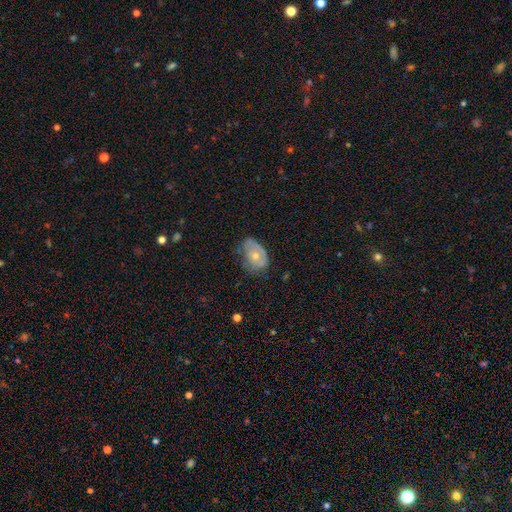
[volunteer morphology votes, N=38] featured or disk 53%, smooth 45%, star or artifact 3%. Down the decision tree: edge-on disk — no (80%); bar — no (88%); spiral arms — no (75%); bulge size — moderate (50%); merging — none (41%).